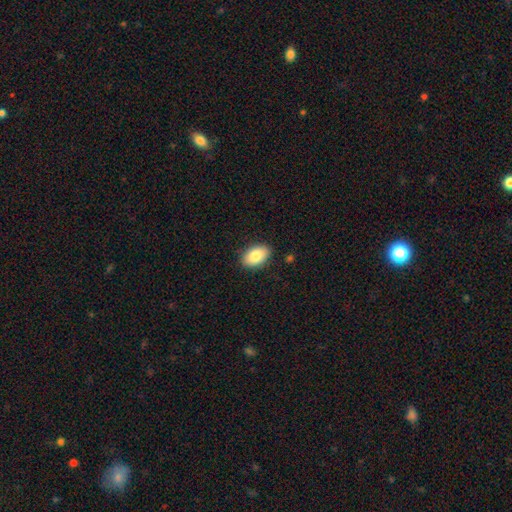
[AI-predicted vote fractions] A smooth galaxy with no disk features (85%) that is in between round and cigar-shaped (91%). Merging: none (87%).